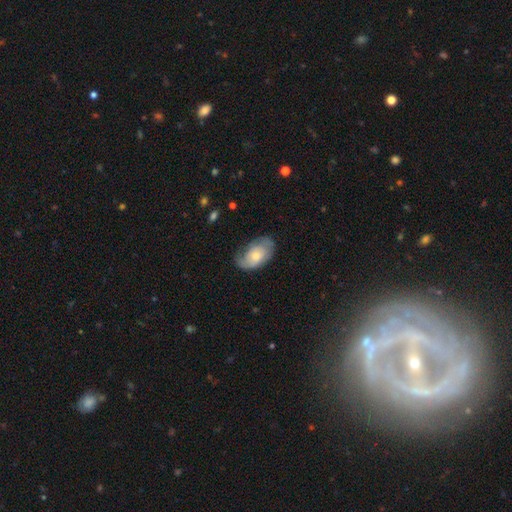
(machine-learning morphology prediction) Smooth or featured? Predicted: smooth (p=0.51). How rounded? Predicted: in between (p=0.92). Merging? Predicted: none (p=0.60).